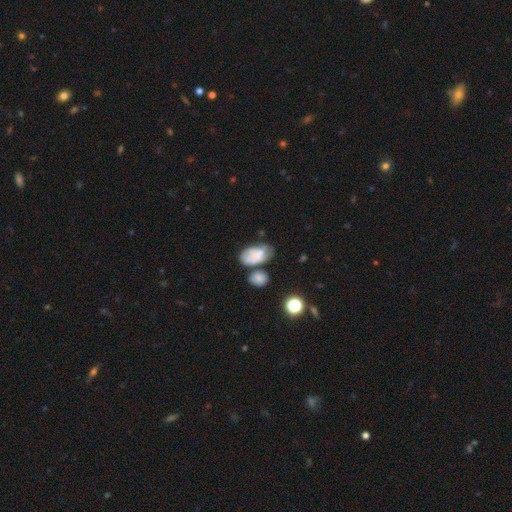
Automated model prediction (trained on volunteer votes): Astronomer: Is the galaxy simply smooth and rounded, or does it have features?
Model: smooth — 58%.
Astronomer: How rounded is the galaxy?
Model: in between — 91%.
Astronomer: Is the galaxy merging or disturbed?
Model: none — 35% (runner-up: merger, 29%).